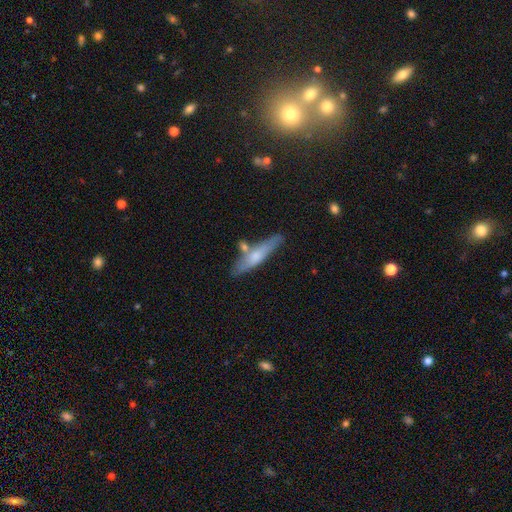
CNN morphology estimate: smooth_or_featured: smooth (p=0.52) [alt: featured or disk p=0.42]
how_rounded: cigar-shaped (p=0.85) [alt: in between p=0.13]
merging: none (p=0.72) [alt: minor disturbance p=0.14]